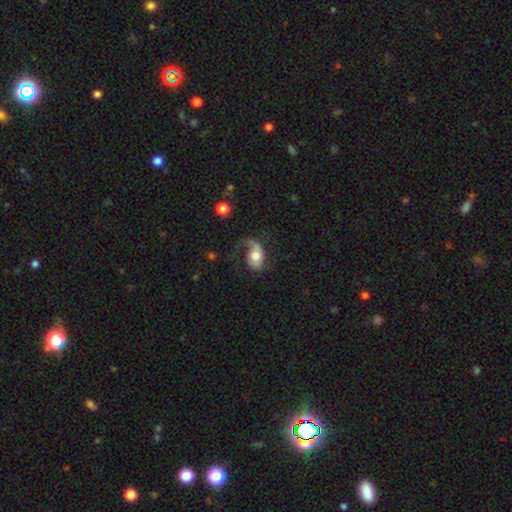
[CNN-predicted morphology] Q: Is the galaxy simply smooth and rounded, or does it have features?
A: featured or disk — 57%.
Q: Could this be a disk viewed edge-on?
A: no — 96%.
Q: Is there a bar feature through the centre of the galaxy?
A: no — 66%.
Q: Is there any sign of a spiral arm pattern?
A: yes — 85%.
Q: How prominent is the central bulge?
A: moderate — 57%.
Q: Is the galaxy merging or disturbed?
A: major disturbance — 39%.